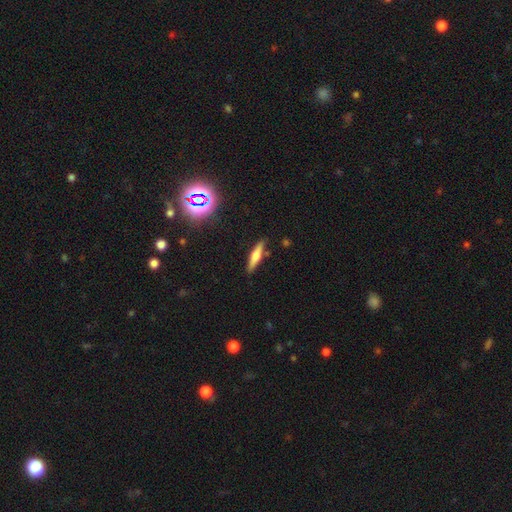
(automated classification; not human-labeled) smooth 46%, featured or disk 45%, star or artifact 9%. Down the decision tree: merging — none (85%).